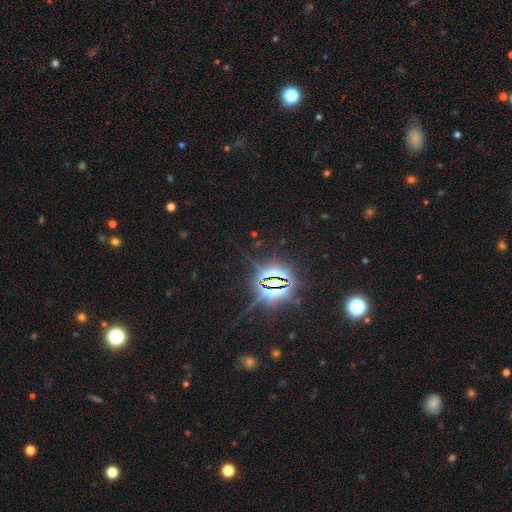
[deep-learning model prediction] smooth-or-featured: star or artifact: 81% | smooth: 12% | featured or disk: 6%